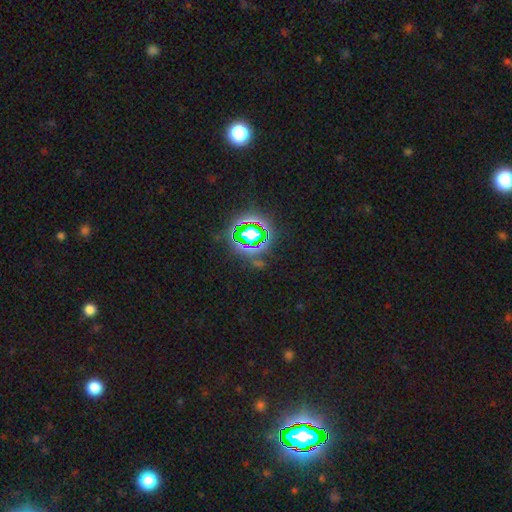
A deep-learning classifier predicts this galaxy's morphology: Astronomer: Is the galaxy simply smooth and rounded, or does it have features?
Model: star or artifact — 77%.